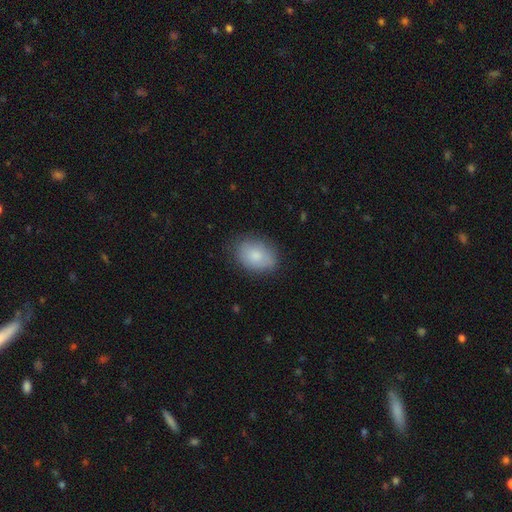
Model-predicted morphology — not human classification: Smooth or featured: smooth — 82% (featured or disk — 11%)
How rounded: in between — 77% (round — 22%)
Merging: none — 80% (minor disturbance — 16%)